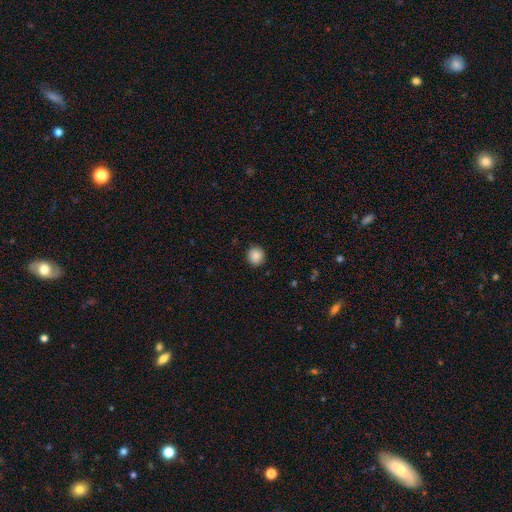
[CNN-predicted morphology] smooth_or_featured: smooth (p=0.88) [alt: star or artifact p=0.09]
how_rounded: round (p=0.89) [alt: in between p=0.10]
merging: none (p=0.89) [alt: minor disturbance p=0.08]